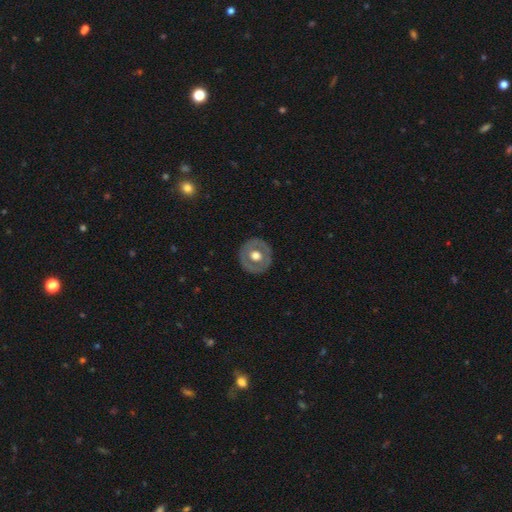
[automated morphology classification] smooth-or-featured: featured or disk: 50% | smooth: 44% | star or artifact: 5%
  disk-edge-on: no: 94% | yes: 6%
  merging: none: 87% | minor disturbance: 9% | major disturbance: 3% | merger: 1%